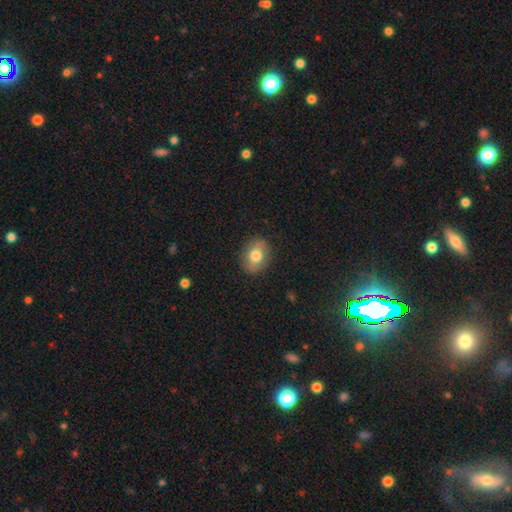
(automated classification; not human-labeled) This appears to be a smooth galaxy with no disk features (76%) that is in between round and cigar-shaped (51%). Merging: none (87%).